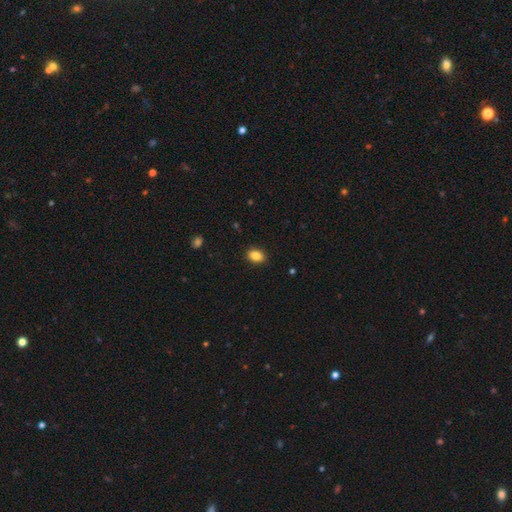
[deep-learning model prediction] Smooth or featured?
  - smooth: 86% *
  - star or artifact: 9%
  - featured or disk: 5%
How rounded?
  - in between: 68% *
  - round: 31%
  - cigar-shaped: 1%
Merging?
  - none: 89% *
  - minor disturbance: 8%
  - major disturbance: 2%
  - merger: 1%